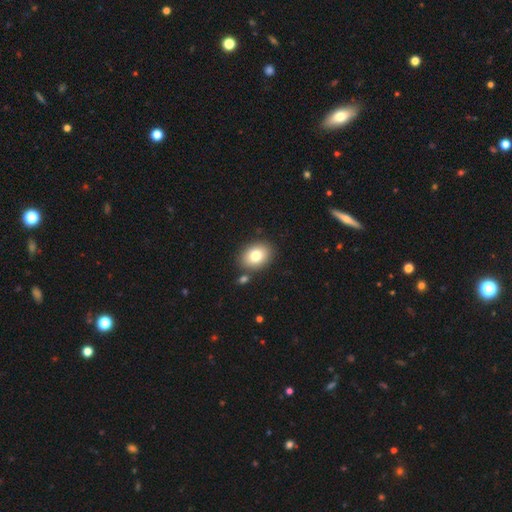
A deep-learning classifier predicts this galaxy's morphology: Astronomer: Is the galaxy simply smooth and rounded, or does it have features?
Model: smooth — 79%.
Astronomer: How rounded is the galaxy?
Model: in between — 67%.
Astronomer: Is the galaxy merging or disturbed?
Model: none — 82%.